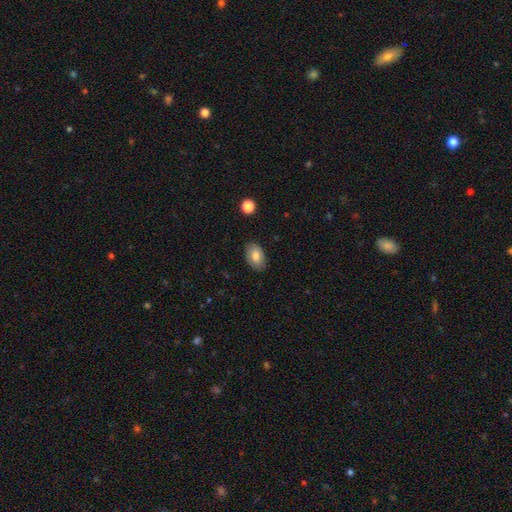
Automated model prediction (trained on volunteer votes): smooth-or-featured: smooth: 80% | featured or disk: 13% | star or artifact: 7%
  how-rounded: in between: 90% | round: 9% | cigar-shaped: 1%
  merging: none: 85% | minor disturbance: 11% | major disturbance: 2% | merger: 1%